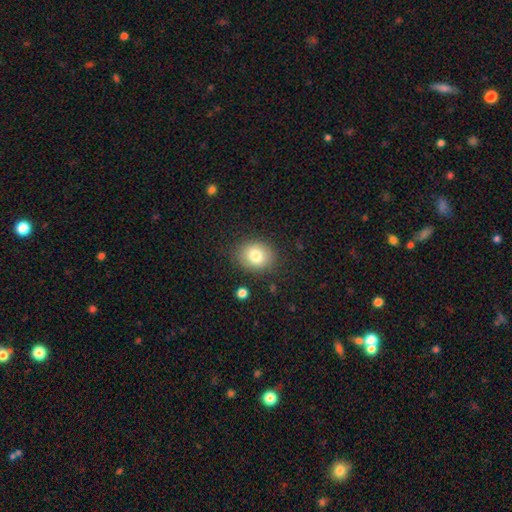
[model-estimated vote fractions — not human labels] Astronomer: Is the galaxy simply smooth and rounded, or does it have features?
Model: smooth — 79%.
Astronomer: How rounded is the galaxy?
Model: round — 61% (runner-up: in between, 38%).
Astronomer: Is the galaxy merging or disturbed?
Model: none — 84%.